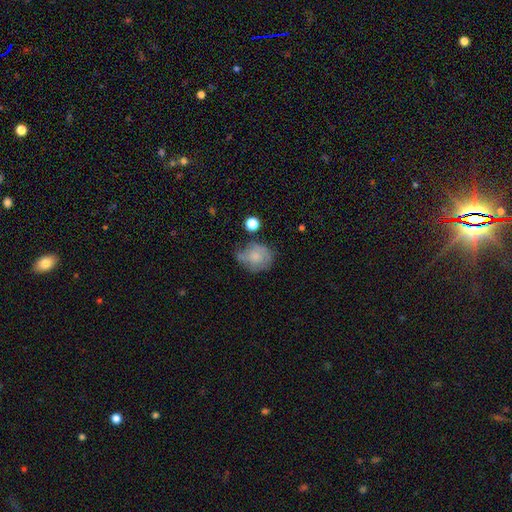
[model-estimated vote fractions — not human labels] smooth_or_featured: smooth (p=0.62) [alt: featured or disk p=0.28]
how_rounded: round (p=0.62) [alt: in between p=0.37]
merging: none (p=0.43) [alt: minor disturbance p=0.33]